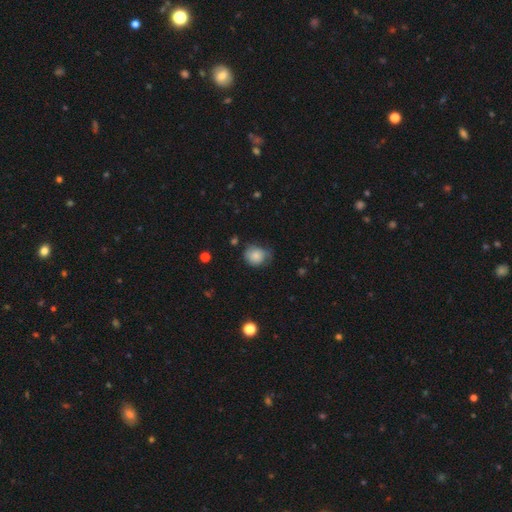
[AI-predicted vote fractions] smooth_or_featured: smooth (p=0.74) [alt: featured or disk p=0.18]
how_rounded: round (p=0.72) [alt: in between p=0.28]
merging: none (p=0.47) [alt: minor disturbance p=0.36]